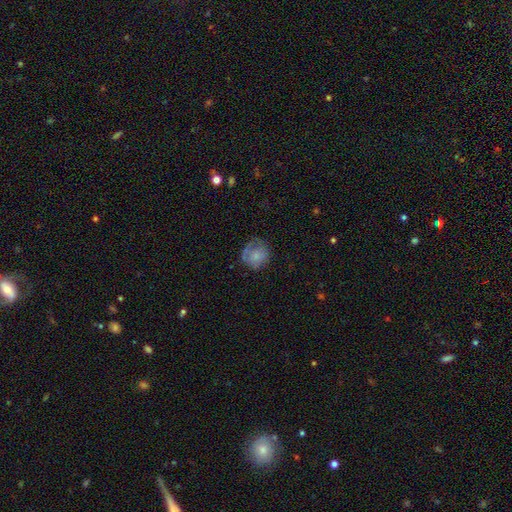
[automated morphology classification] Smooth or featured?
  - smooth: 69% *
  - featured or disk: 22%
  - star or artifact: 9%
How rounded?
  - round: 83% *
  - in between: 16%
  - cigar-shaped: 1%
Merging?
  - none: 56% *
  - minor disturbance: 26%
  - major disturbance: 16%
  - merger: 2%